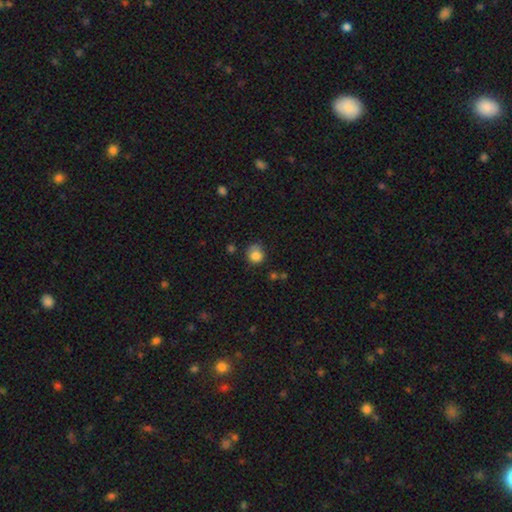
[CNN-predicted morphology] smooth 83%, star or artifact 10%, featured or disk 7%. Down the decision tree: how rounded — round (82%); merging — none (59%).